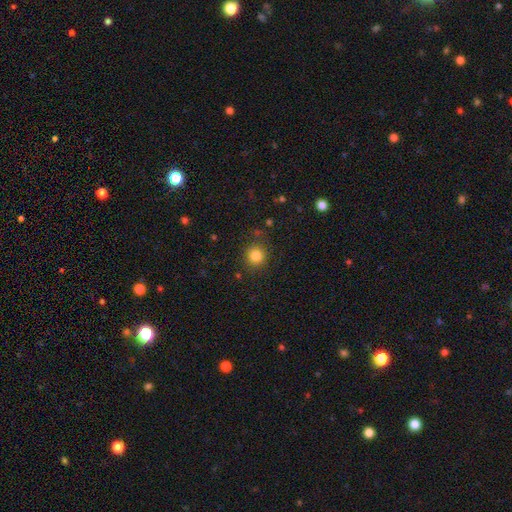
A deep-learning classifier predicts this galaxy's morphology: Overall: smooth (83%). How rounded: round (92%). Merging: none (86%).